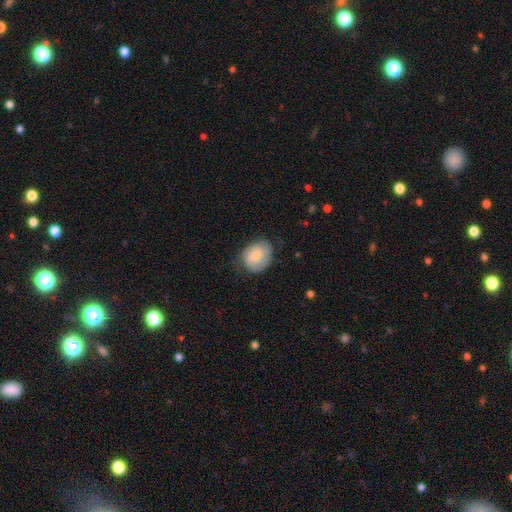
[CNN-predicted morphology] Smooth or featured: smooth — 59% (featured or disk — 34%)
How rounded: round — 55% (in between — 44%)
Merging: none — 60% (minor disturbance — 29%)